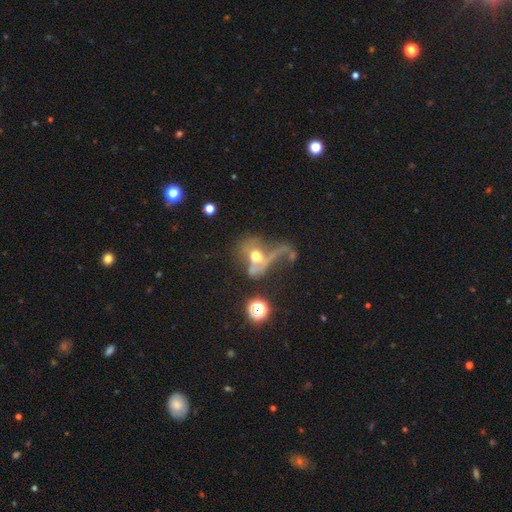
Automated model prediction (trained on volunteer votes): A featured or disk galaxy (50%).

Vote fractions:
- Smooth or featured? featured or disk: 50% / smooth: 35% / star or artifact: 15%
- Merging? major disturbance: 57% / merger: 18% / none: 14% / minor disturbance: 10%